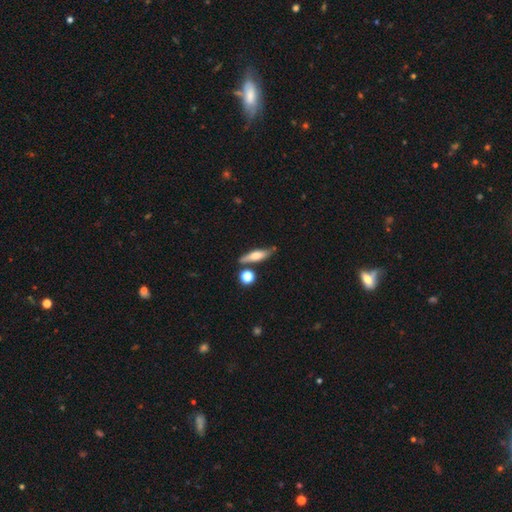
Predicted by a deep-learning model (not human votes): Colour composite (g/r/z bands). It shows a smooth galaxy with no disk features (52%) that is cigar-shaped (62%). Merging: none (74%).